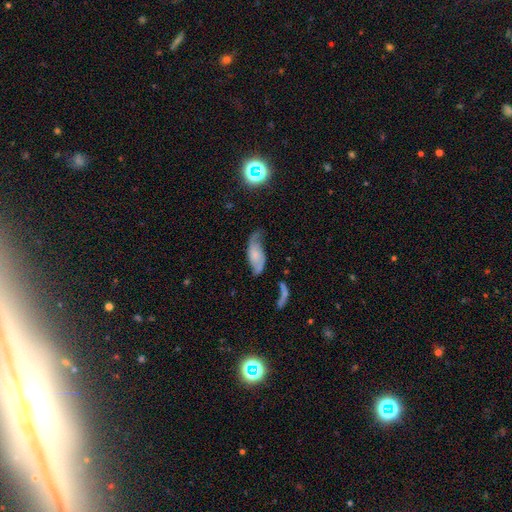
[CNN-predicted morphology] smooth_or_featured: featured or disk (p=0.54) [alt: smooth p=0.37]
disk_edge_on: no (p=0.89) [alt: yes p=0.11]
merging: none (p=0.44) [alt: minor disturbance p=0.31]